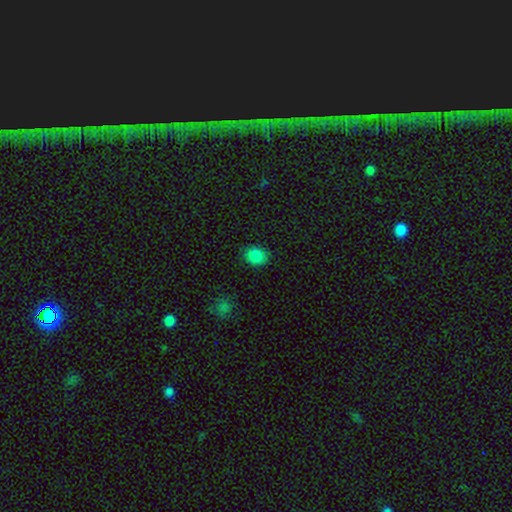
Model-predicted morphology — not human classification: Smooth or featured: smooth — 86% (star or artifact — 10%)
How rounded: round — 56% (in between — 43%)
Merging: none — 85% (minor disturbance — 11%)